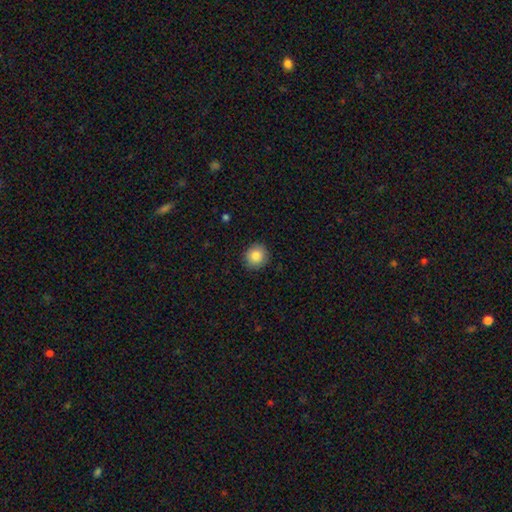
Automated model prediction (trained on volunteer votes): This appears to be a smooth galaxy with no disk features (84%) that is round (88%). Merging: none (90%).